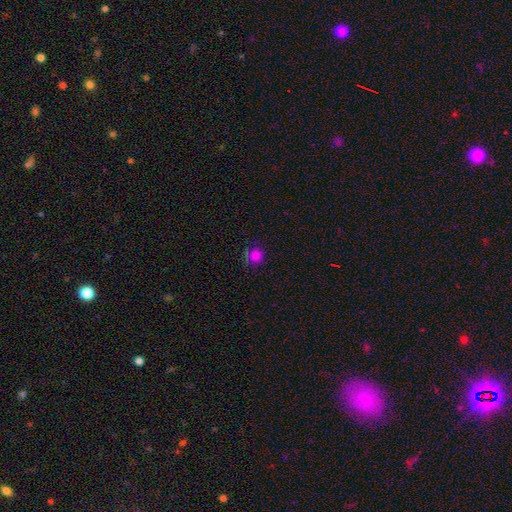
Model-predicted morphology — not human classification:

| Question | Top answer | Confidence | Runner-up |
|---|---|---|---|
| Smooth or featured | smooth | 79% | star or artifact (15%) |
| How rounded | round | 90% | in between (9%) |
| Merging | none | 74% | minor disturbance (18%) |